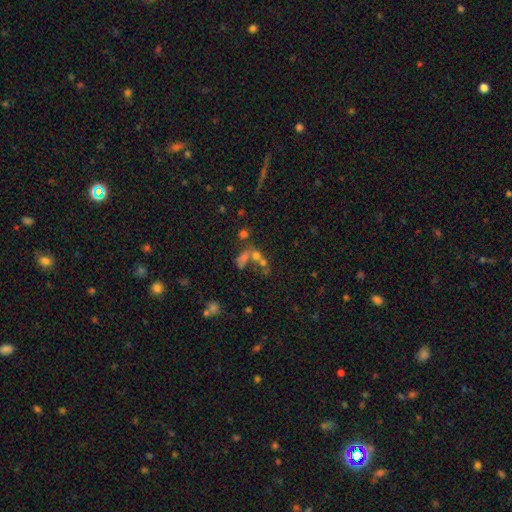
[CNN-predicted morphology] Smooth or featured?
  - smooth: 43% *
  - star or artifact: 29%
  - featured or disk: 28%
Merging?
  - merger: 52% *
  - none: 28%
  - major disturbance: 12%
  - minor disturbance: 8%